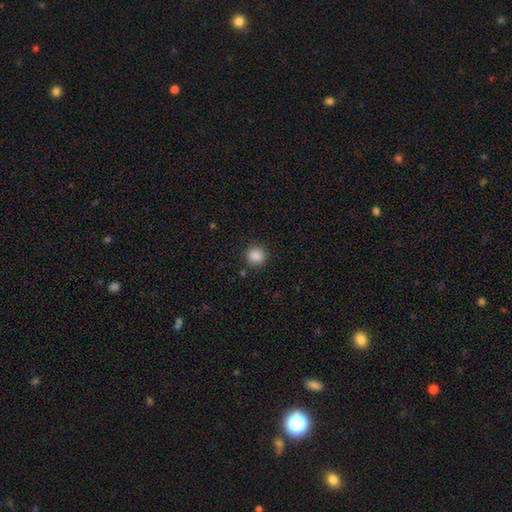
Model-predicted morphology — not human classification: smooth 87%, star or artifact 10%, featured or disk 3%. Down the decision tree: how rounded — round (91%); merging — none (89%).